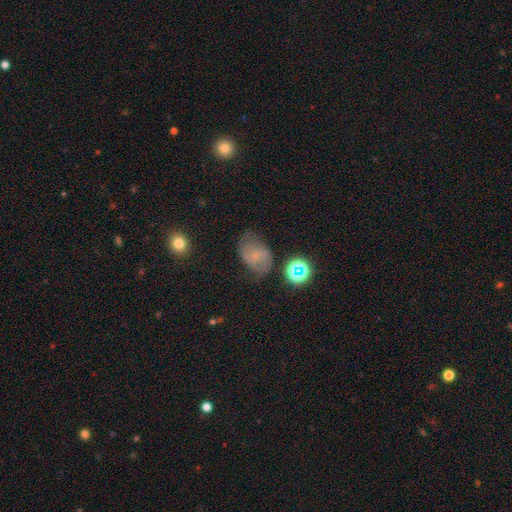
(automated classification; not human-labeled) Smooth or featured: featured or disk — 51% (smooth — 34%)
Edge-on disk: no — 97% (yes — 3%)
Merging: none — 59% (minor disturbance — 25%)